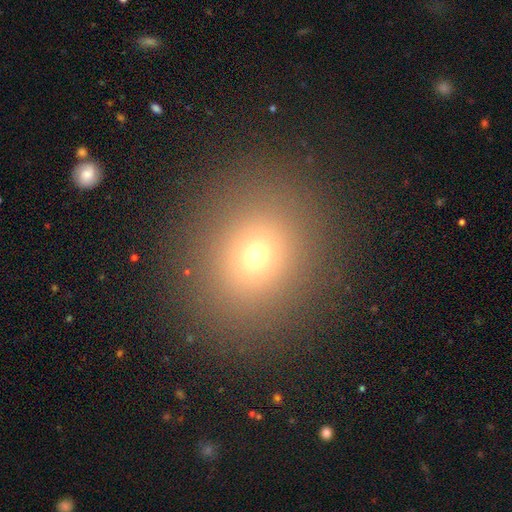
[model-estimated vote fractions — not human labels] Morphology: type=smooth (68%); roundness=round (76%); merging=none (89%).